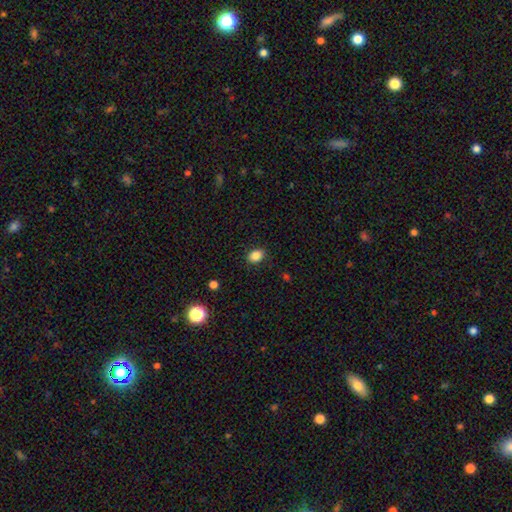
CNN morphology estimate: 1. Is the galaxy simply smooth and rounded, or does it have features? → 86% smooth, 10% star or artifact, 4% featured or disk.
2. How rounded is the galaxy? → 71% in between, 28% round, 1% cigar-shaped.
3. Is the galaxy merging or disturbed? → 88% none, 9% minor disturbance, 2% major disturbance, 1% merger.